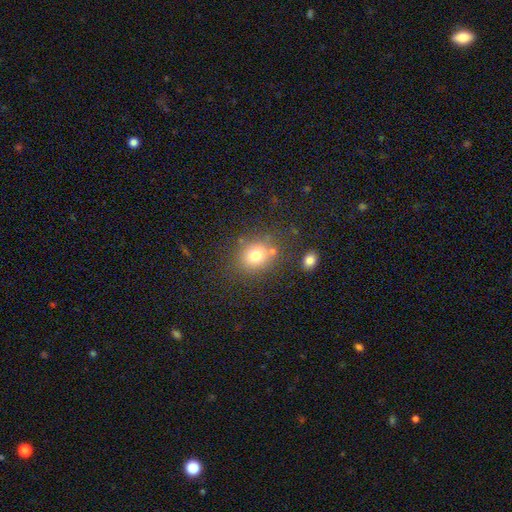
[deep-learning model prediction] Smooth or featured: smooth — 76% (star or artifact — 13%)
How rounded: round — 71% (in between — 28%)
Merging: none — 72% (minor disturbance — 13%)